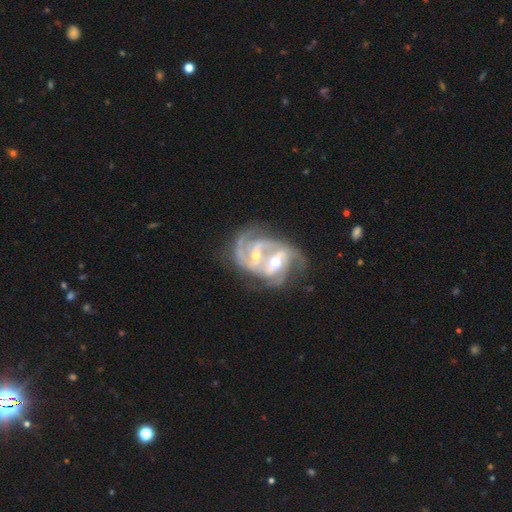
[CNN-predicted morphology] Q: Smooth or featured?
A: featured or disk (89%); runner-up: smooth (5%)
Q: Edge-on disk?
A: no (98%); runner-up: yes (2%)
Q: Bar?
A: weak (39%); runner-up: strong (35%)
Q: Spiral arms?
A: yes (95%); runner-up: no (5%)
Q: Spiral winding?
A: medium (49%); runner-up: tight (32%)
Q: Spiral arm count?
A: 2 (46%); runner-up: 3 (27%)
Q: Bulge size?
A: moderate (62%); runner-up: small (33%)
Q: Merging?
A: merger (74%); runner-up: none (14%)